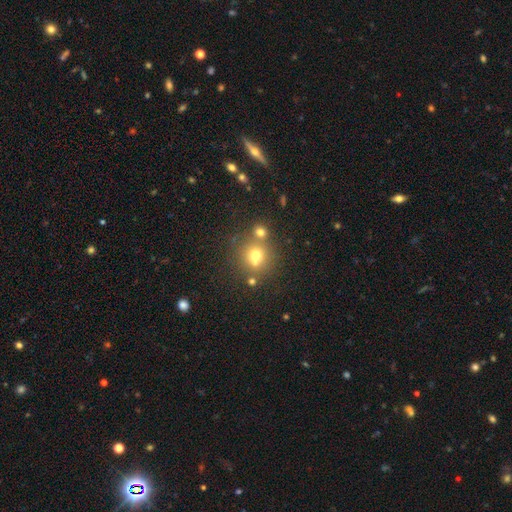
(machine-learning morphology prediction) This appears to be a smooth galaxy with no disk features (66%) that is round (81%). Merging: none (59%).